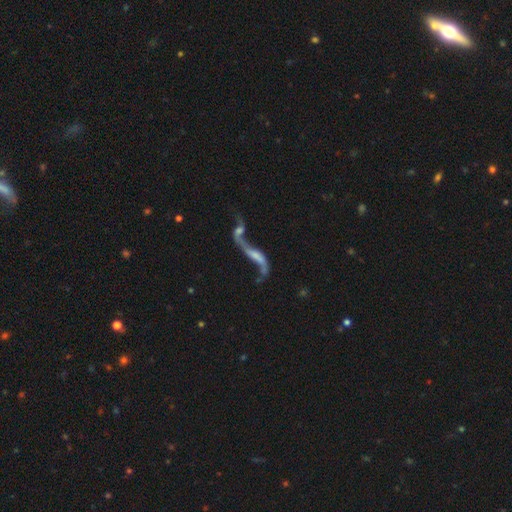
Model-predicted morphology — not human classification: The model was most divided on "bulge size": none: 46%, small: 31%, moderate: 17%, large: 4%, dominant: 2%. More confident: edge-on disk — no (84%); spiral arms — yes (75%); smooth or featured — featured or disk (74%); merging — merger (62%); bar — no (53%).